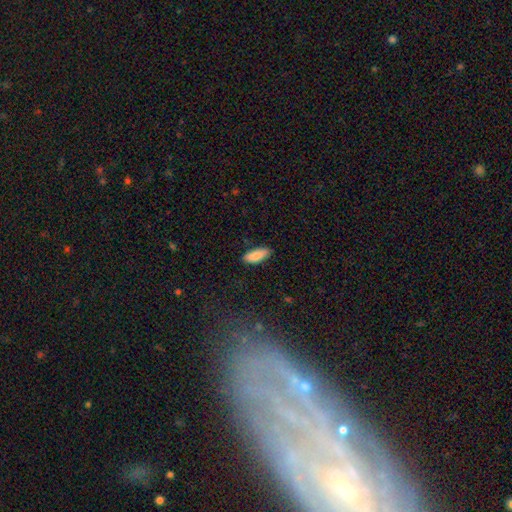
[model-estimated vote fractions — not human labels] smooth-or-featured: smooth: 88% | star or artifact: 6% | featured or disk: 6%
  how-rounded: in between: 74% | cigar-shaped: 24% | round: 2%
  merging: none: 85% | minor disturbance: 12% | major disturbance: 2% | merger: 1%